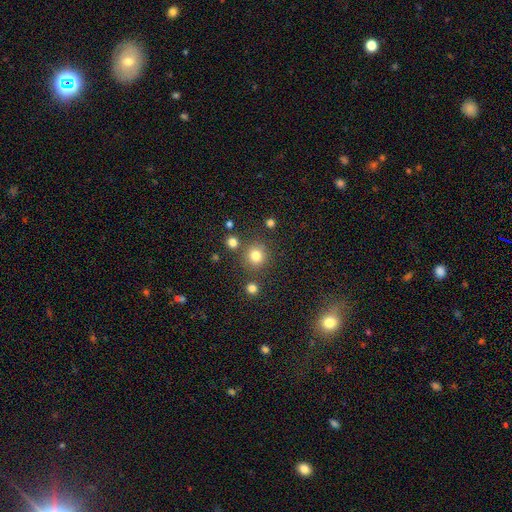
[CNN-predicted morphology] smooth 80%, star or artifact 14%, featured or disk 6%. Down the decision tree: how rounded — round (92%); merging — none (82%).